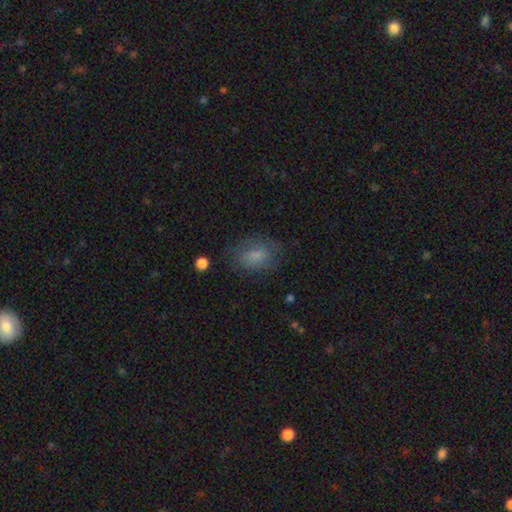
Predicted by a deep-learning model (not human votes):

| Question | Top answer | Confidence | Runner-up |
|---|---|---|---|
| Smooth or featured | smooth | 74% | featured or disk (16%) |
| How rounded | in between | 79% | round (19%) |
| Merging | none | 72% | minor disturbance (19%) |